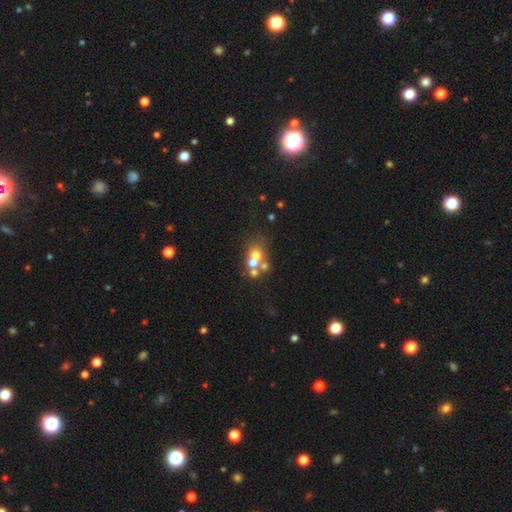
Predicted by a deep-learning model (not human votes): Smooth or featured? Predicted: smooth (p=0.52). How rounded? Predicted: round (p=0.75). Merging? Predicted: merger (p=0.50).